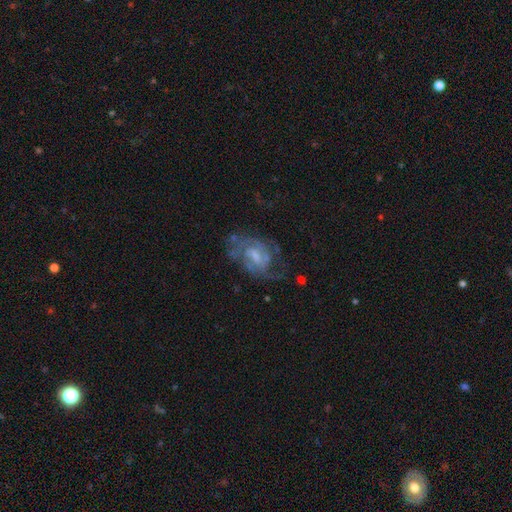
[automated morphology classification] featured or disk 79%, smooth 13%, star or artifact 8%. Down the decision tree: edge-on disk — no (97%); bar — weak (53%); spiral arms — yes (87%); spiral arm count — 2 (42%); spiral winding — medium (44%); bulge size — moderate (40%); merging — none (55%).